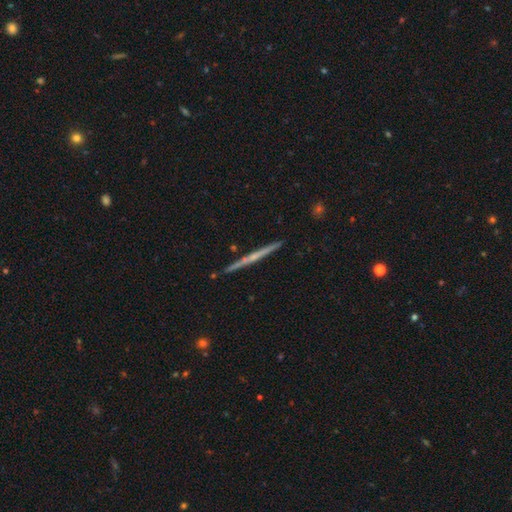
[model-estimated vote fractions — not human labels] This appears to be a featured or disk galaxy (71%) viewed edge-on (98%) with no central bulge (51%). Merging: none (91%).